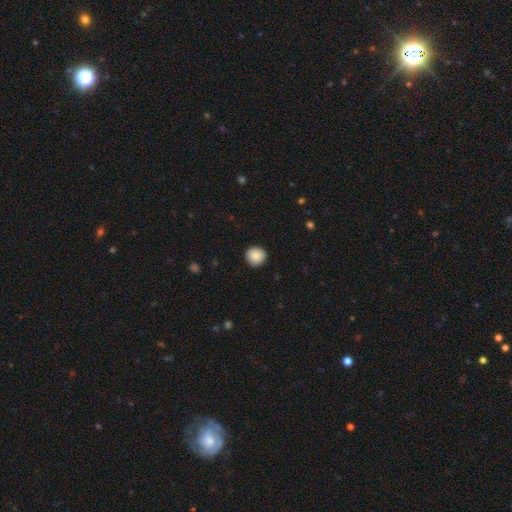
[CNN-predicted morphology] Q: Smooth or featured?
A: smooth (89%); runner-up: star or artifact (8%)
Q: How rounded?
A: round (92%); runner-up: in between (7%)
Q: Merging?
A: none (91%); runner-up: minor disturbance (6%)